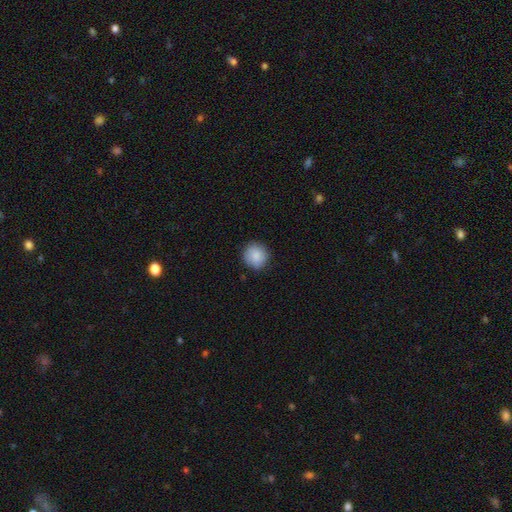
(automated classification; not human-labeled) smooth_or_featured: smooth (p=0.88) [alt: star or artifact p=0.07]
how_rounded: round (p=0.90) [alt: in between p=0.09]
merging: none (p=0.86) [alt: minor disturbance p=0.11]